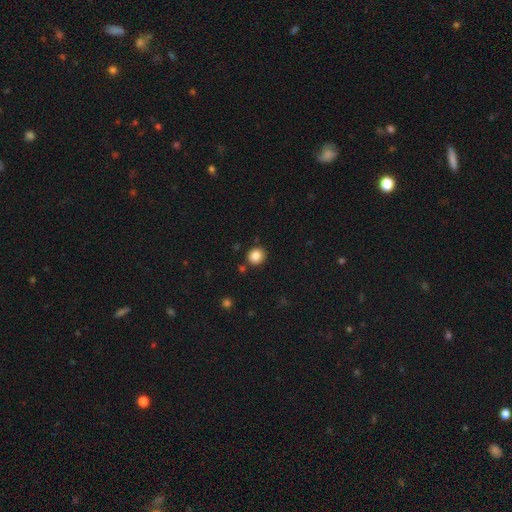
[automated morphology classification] type=smooth (84%); roundness=round (86%); merging=none (87%).